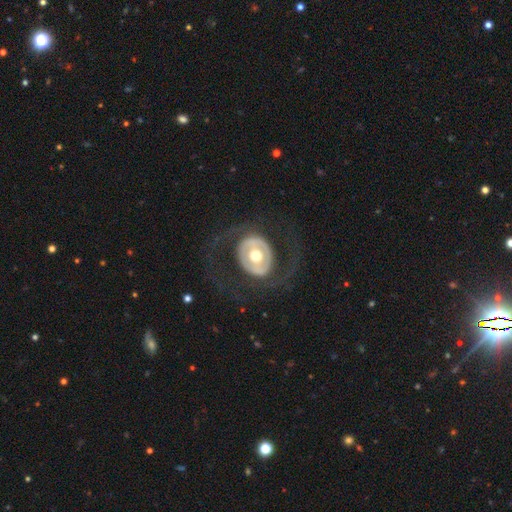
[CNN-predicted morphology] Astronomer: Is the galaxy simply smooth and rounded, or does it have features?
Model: featured or disk — 72%.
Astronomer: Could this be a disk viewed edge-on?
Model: no — 96%.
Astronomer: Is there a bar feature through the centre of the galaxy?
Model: no — 62%.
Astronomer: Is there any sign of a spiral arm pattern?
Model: no — 58% (runner-up: yes, 42%).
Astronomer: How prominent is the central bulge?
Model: moderate — 72%.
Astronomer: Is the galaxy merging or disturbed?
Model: none — 72%.